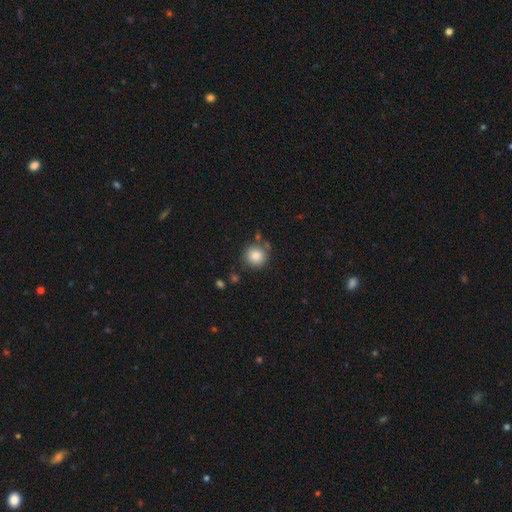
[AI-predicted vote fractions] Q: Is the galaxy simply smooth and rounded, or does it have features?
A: smooth — 85%.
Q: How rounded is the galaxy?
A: round — 93%.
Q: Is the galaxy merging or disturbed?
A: none — 78%.